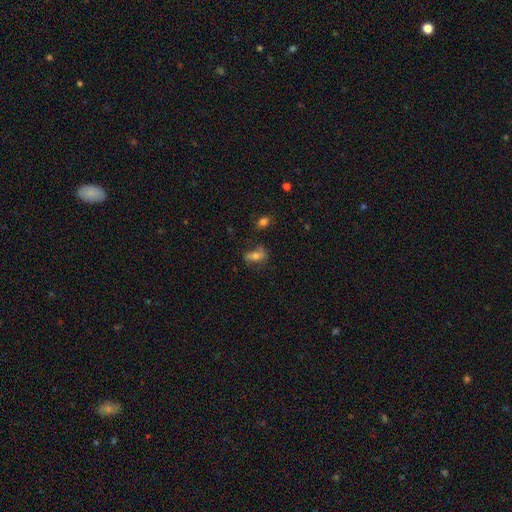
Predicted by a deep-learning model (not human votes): Q: Smooth or featured?
A: smooth (60%); runner-up: featured or disk (27%)
Q: How rounded?
A: in between (79%); runner-up: round (12%)
Q: Merging?
A: none (56%); runner-up: minor disturbance (25%)